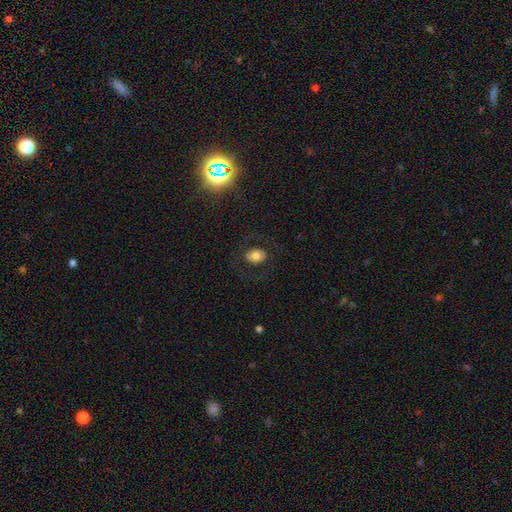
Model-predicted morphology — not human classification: Q: Smooth or featured?
A: smooth (71%); runner-up: featured or disk (18%)
Q: How rounded?
A: in between (62%); runner-up: round (37%)
Q: Merging?
A: none (81%); runner-up: minor disturbance (10%)